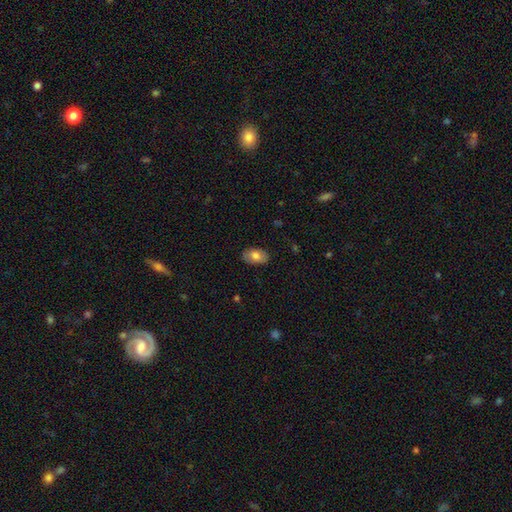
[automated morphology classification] Q: Smooth or featured?
A: smooth (78%); runner-up: featured or disk (16%)
Q: How rounded?
A: in between (91%); runner-up: round (7%)
Q: Merging?
A: none (85%); runner-up: minor disturbance (12%)